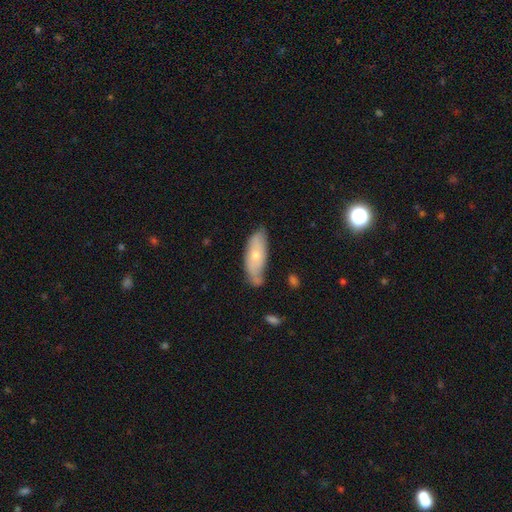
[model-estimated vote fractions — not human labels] Smooth or featured? smooth (57%)
How rounded? in between (71%)
Merging? none (57%)